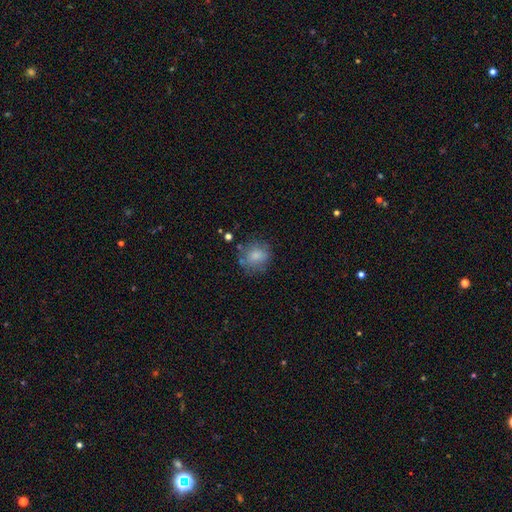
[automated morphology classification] Smooth or featured? Predicted: smooth (p=0.77). How rounded? Predicted: round (p=0.79). Merging? Predicted: none (p=0.67).